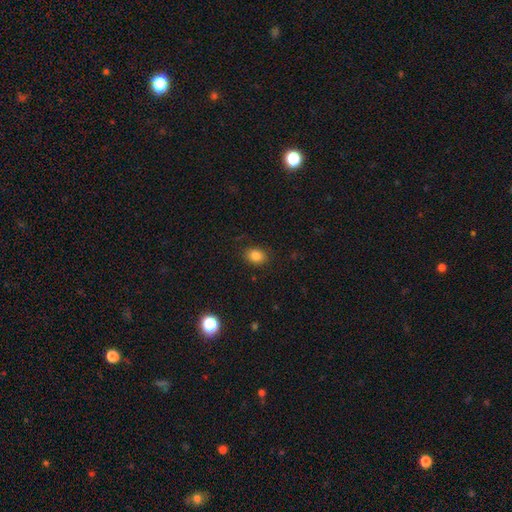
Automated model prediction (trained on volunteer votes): This is clearly a smooth galaxy (84%). How rounded: possibly in between (58%). Merging: clearly none (86%).